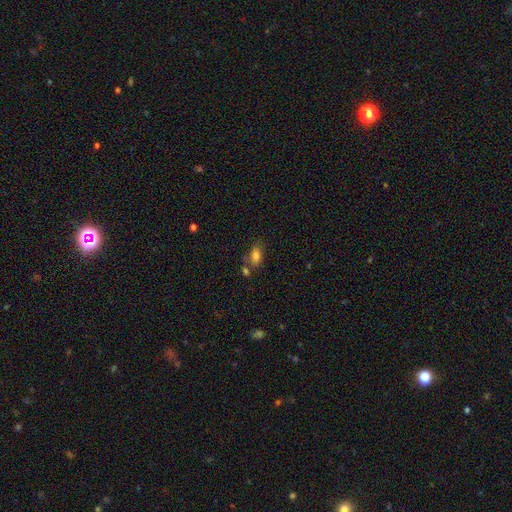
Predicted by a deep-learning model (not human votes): smooth 79%, star or artifact 11%, featured or disk 10%. Down the decision tree: how rounded — in between (87%); merging — none (55%).